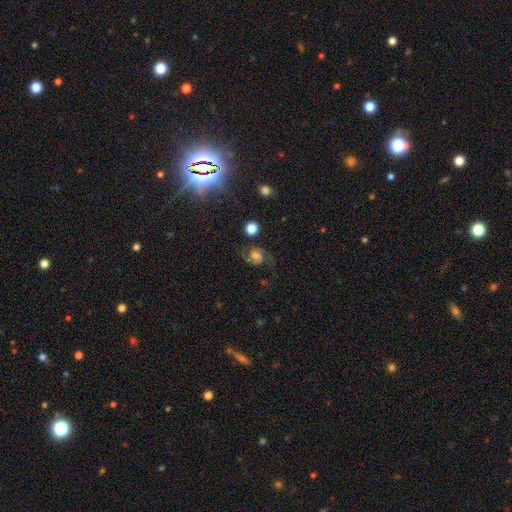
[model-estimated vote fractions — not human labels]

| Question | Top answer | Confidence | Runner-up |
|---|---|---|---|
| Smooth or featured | featured or disk | 68% | smooth (20%) |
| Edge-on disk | no | 97% | yes (3%) |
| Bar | no | 60% | weak (32%) |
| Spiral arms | yes | 94% | no (6%) |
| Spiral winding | medium | 50% | loose (36%) |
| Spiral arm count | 2 | 91% | can't tell (3%) |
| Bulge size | moderate | 44% | small (30%) |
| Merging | none | 70% | minor disturbance (16%) |